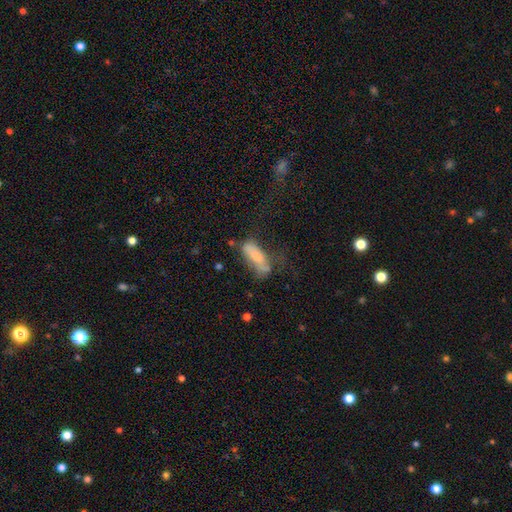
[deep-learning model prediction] Smooth or featured? Predicted: smooth (p=0.70). How rounded? Predicted: in between (p=0.61). Merging? Predicted: none (p=0.33).